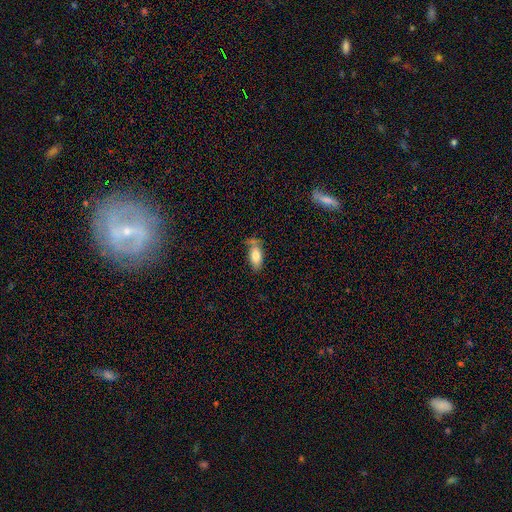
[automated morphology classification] This is likely a smooth galaxy (79%). How rounded: clearly in between (88%). Merging: possibly none (52%).